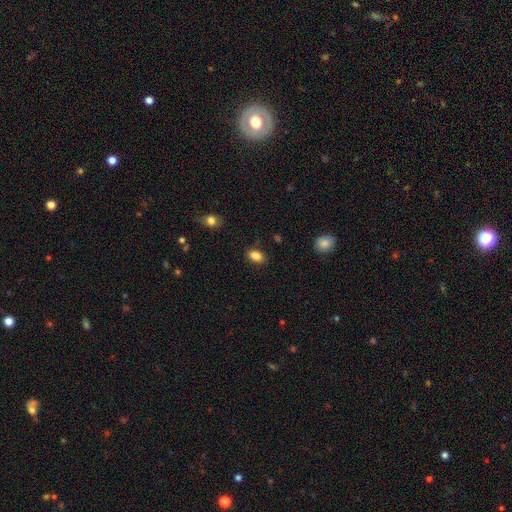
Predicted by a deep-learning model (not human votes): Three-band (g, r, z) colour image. It shows a smooth galaxy with no disk features (86%) that is in between round and cigar-shaped (86%). Merging: none (84%).